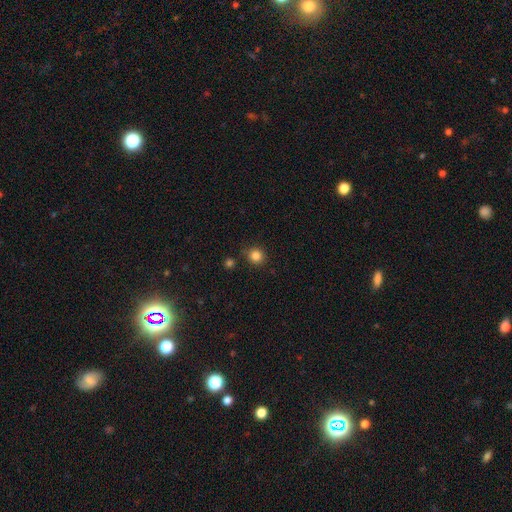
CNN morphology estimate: This appears to be a smooth galaxy with no disk features (84%) that is round (89%). Merging: none (84%).